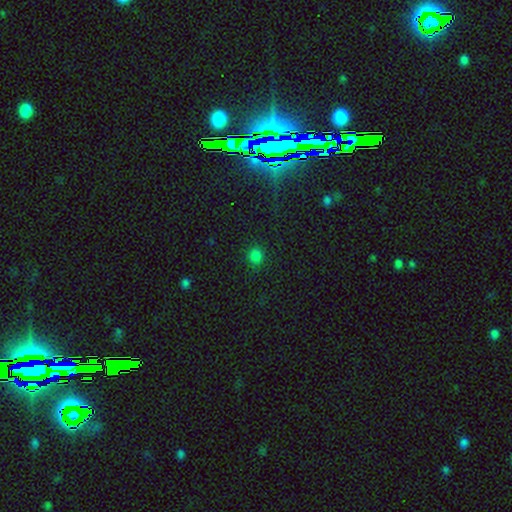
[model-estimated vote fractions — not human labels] Overall: smooth (79%). How rounded: round (88%). Merging: none (89%).